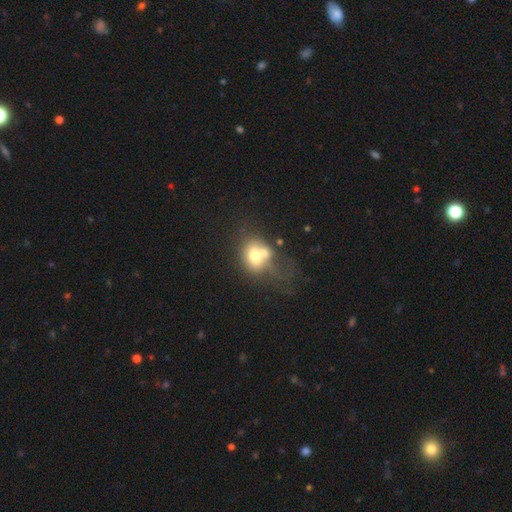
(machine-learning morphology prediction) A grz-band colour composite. It shows a smooth galaxy with no disk features (65%) that is in between round and cigar-shaped (53%). Merging: merger (51%).